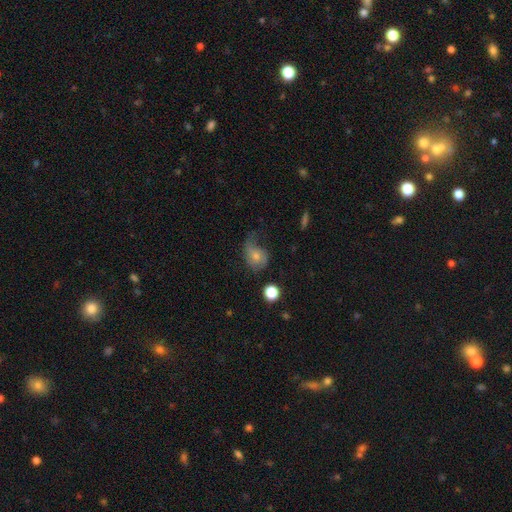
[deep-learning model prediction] A smooth galaxy with no disk features (52%) that is in between round and cigar-shaped (50%).

Vote fractions:
- Smooth or featured? smooth: 52% / featured or disk: 38% / star or artifact: 10%
- How rounded? in between: 50% / round: 48% / cigar-shaped: 1%
- Merging? major disturbance: 37% / none: 31% / minor disturbance: 30% / merger: 3%